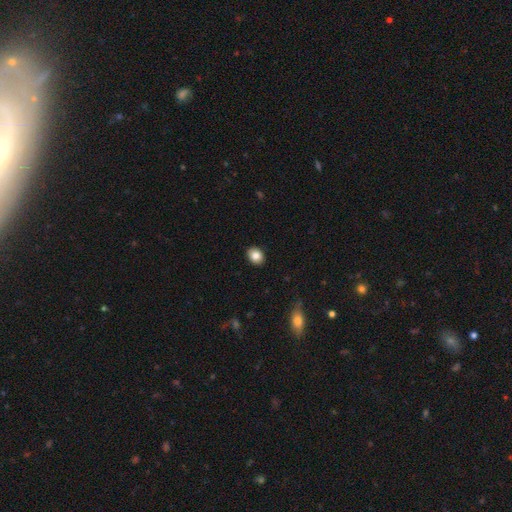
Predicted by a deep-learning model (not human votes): Smooth or featured? Predicted: smooth (p=0.84). How rounded? Predicted: in between (p=0.51). Merging? Predicted: none (p=0.90).